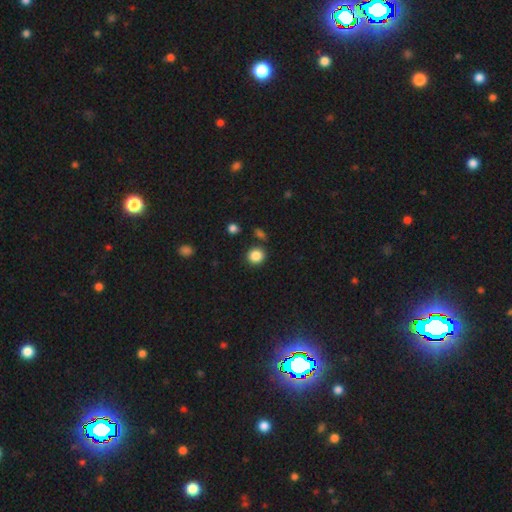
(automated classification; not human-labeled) A smooth galaxy with no disk features (86%) that is round (83%). Merging: none (83%).